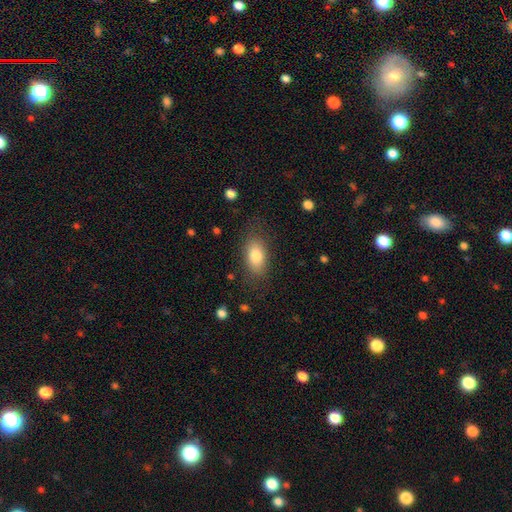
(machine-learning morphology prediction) This appears to be a smooth galaxy with no disk features (81%) that is in between round and cigar-shaped (90%). Merging: none (78%).